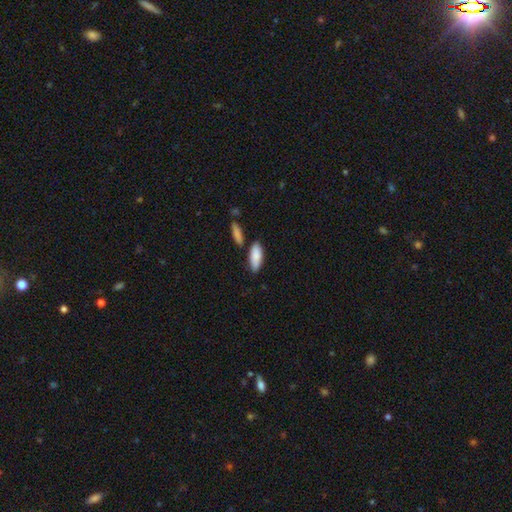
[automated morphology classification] smooth_or_featured: smooth (p=0.86) [alt: featured or disk p=0.08]
how_rounded: in between (p=0.78) [alt: cigar-shaped p=0.20]
merging: none (p=0.73) [alt: minor disturbance p=0.15]